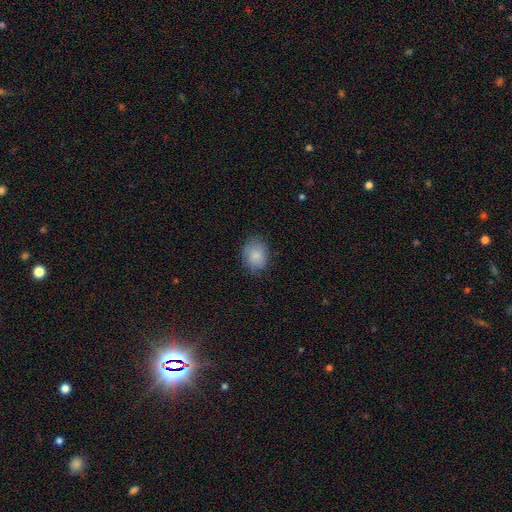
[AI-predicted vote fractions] This is clearly a smooth galaxy (83%). How rounded: possibly in between (54%). Merging: likely none (74%).